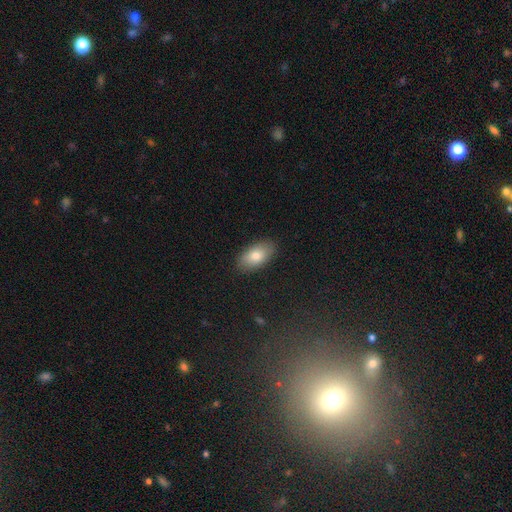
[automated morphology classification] Smooth or featured: smooth — 82% (featured or disk — 12%)
How rounded: in between — 93% (cigar-shaped — 3%)
Merging: none — 87% (minor disturbance — 9%)